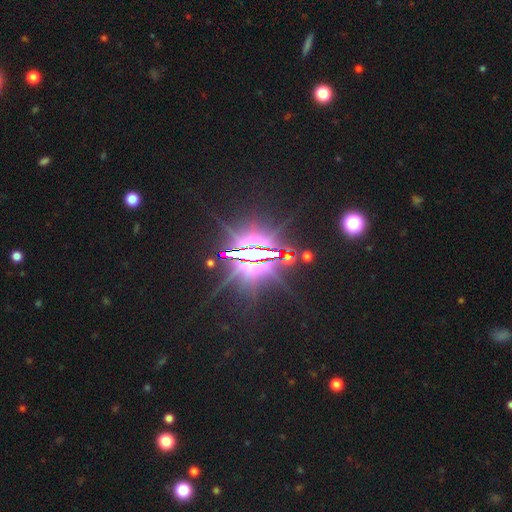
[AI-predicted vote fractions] Q: Smooth or featured?
A: star or artifact (82%); runner-up: featured or disk (12%)